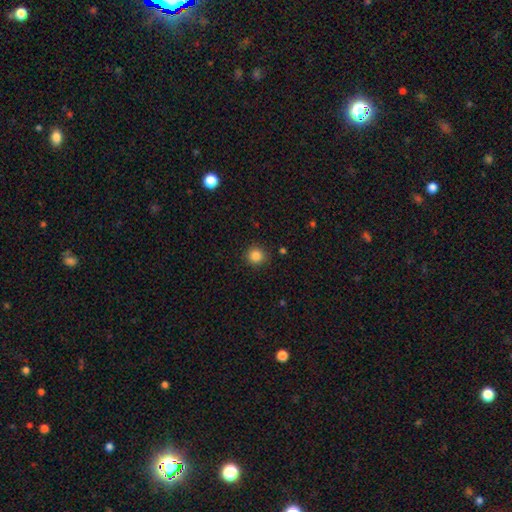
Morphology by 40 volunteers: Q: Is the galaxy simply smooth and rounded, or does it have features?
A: smooth — 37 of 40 (92%).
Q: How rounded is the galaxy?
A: round — 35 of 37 (95%).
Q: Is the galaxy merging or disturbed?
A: none — 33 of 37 (89%).